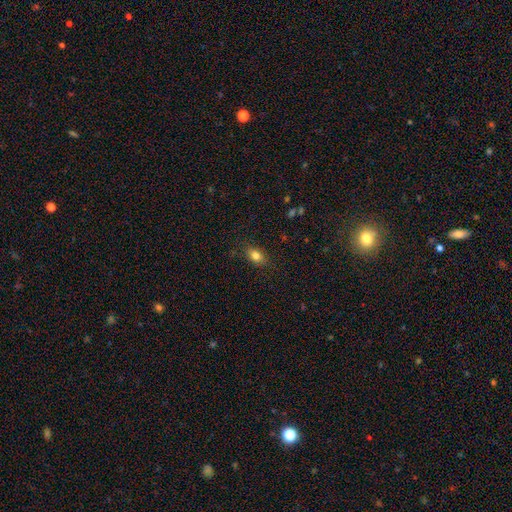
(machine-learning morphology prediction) A smooth galaxy with no disk features (81%) that is in between round and cigar-shaped (79%). Merging: none (85%).